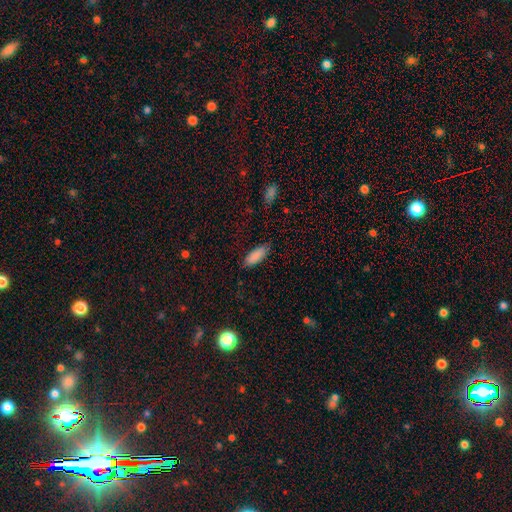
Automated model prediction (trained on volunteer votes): This is clearly a smooth galaxy (87%). How rounded: likely in between (77%). Merging: clearly none (81%).